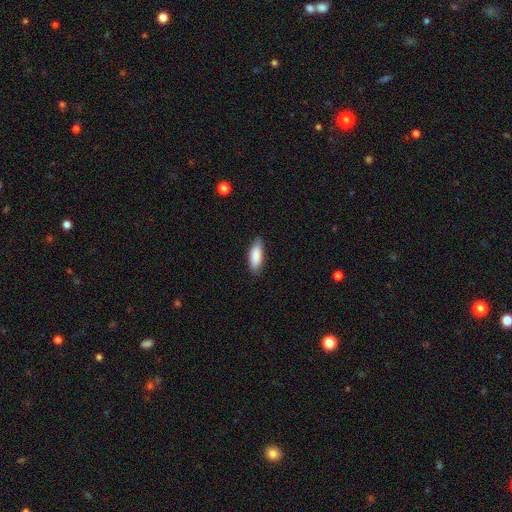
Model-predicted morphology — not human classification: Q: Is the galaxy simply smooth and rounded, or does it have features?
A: smooth — 87%.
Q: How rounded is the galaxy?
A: in between — 70%.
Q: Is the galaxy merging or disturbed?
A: none — 84%.